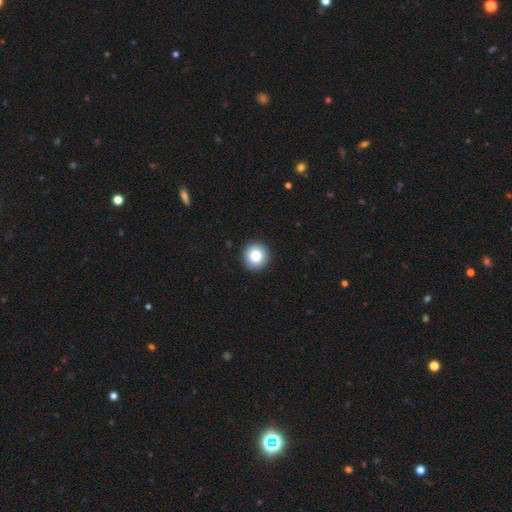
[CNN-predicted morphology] The model was most divided on "smooth or featured": smooth: 82%, star or artifact: 9%, featured or disk: 9%. More confident: how rounded — round (93%); merging — none (93%).